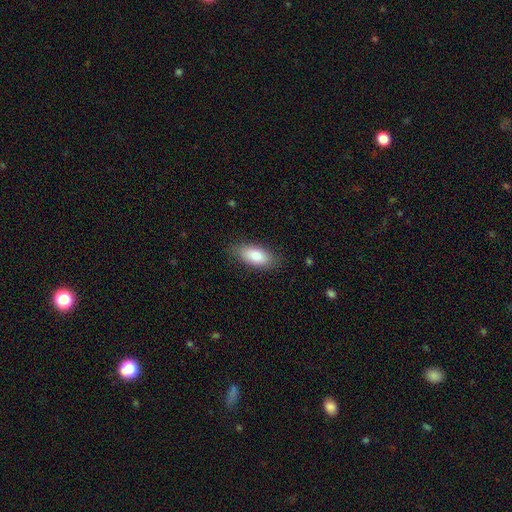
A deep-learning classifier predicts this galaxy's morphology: The model was most divided on "merging": none: 83%, minor disturbance: 13%, major disturbance: 3%, merger: 1%. More confident: how rounded — in between (88%); smooth or featured — smooth (82%).